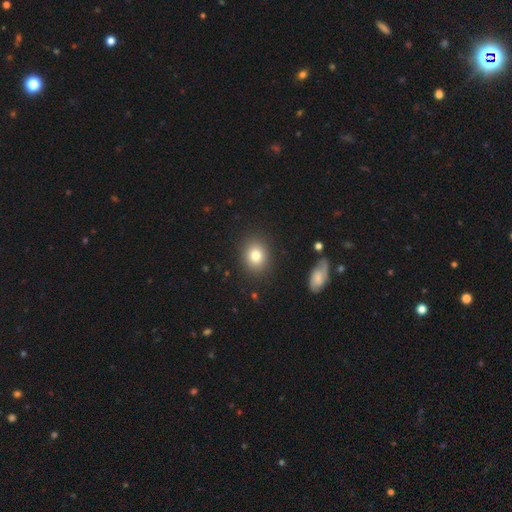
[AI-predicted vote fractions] smooth_or_featured: smooth (p=0.81) [alt: star or artifact p=0.10]
how_rounded: round (p=0.62) [alt: in between p=0.37]
merging: none (p=0.87) [alt: minor disturbance p=0.08]